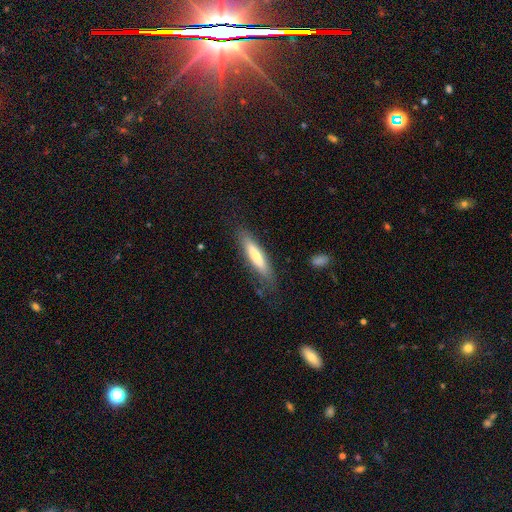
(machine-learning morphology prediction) This appears to be a smooth galaxy with no disk features (64%) that is cigar-shaped (85%). Merging: none (78%).